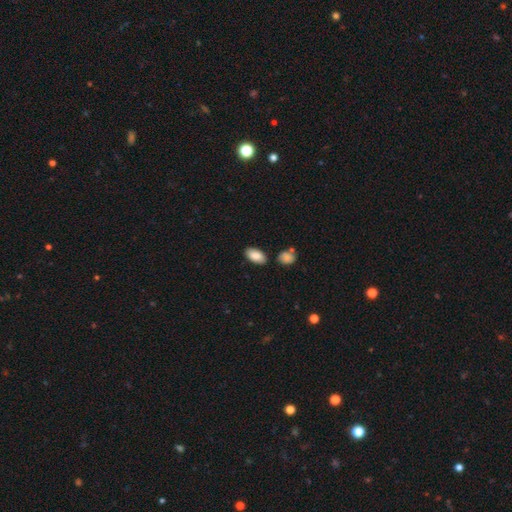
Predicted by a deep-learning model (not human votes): A smooth galaxy with no disk features (86%) that is in between round and cigar-shaped (94%).

Vote fractions:
- Smooth or featured? smooth: 86% / featured or disk: 7% / star or artifact: 7%
- How rounded? in between: 94% / cigar-shaped: 3% / round: 3%
- Merging? none: 82% / minor disturbance: 11% / merger: 4% / major disturbance: 2%